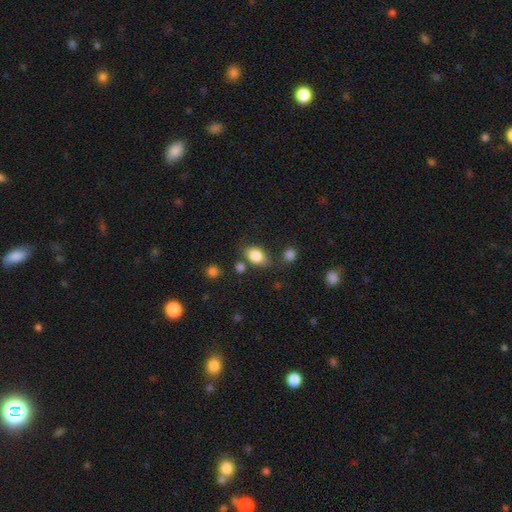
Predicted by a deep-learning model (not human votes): Smooth or featured? smooth (83%)
How rounded? in between (82%)
Merging? none (68%)